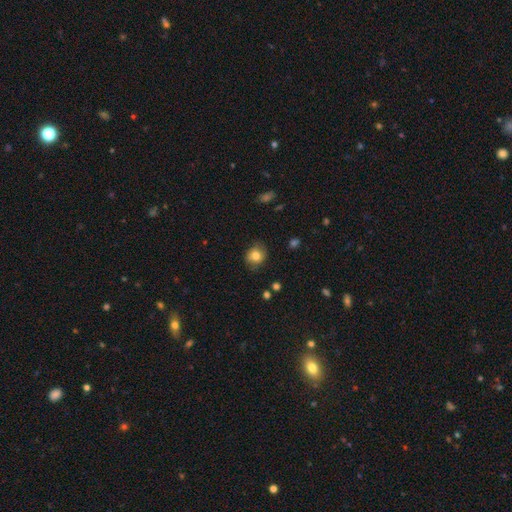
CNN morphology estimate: Overall: smooth (79%). How rounded: round (73%). Merging: none (80%).